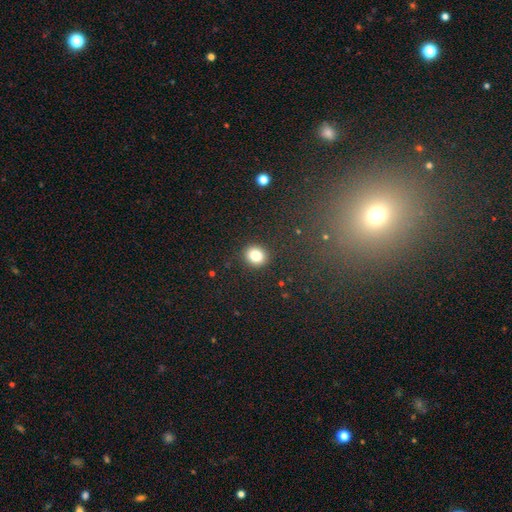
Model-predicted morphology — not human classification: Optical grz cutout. It shows a smooth galaxy with no disk features (83%) that is round (78%). Merging: none (91%).